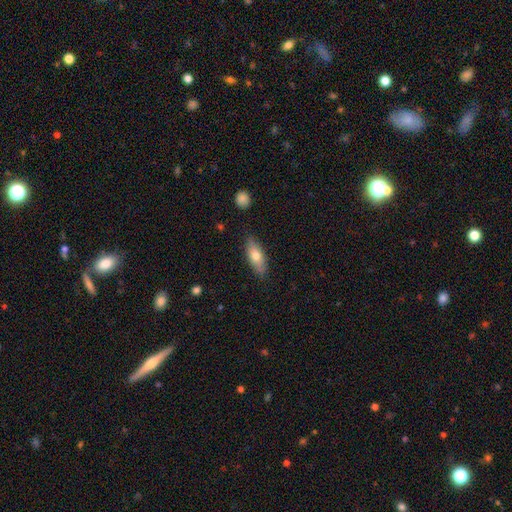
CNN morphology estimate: The model was most divided on "smooth or featured": smooth: 70%, featured or disk: 24%, star or artifact: 6%. More confident: merging — none (83%); how rounded — in between (73%).